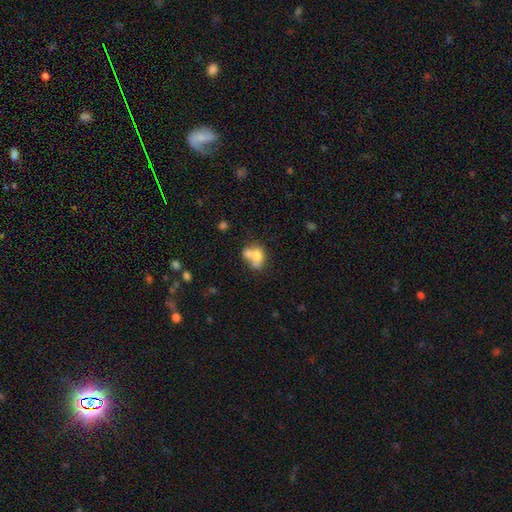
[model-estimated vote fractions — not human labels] smooth-or-featured: smooth: 67% | featured or disk: 23% | star or artifact: 10%
  how-rounded: in between: 58% | round: 41% | cigar-shaped: 1%
  merging: merger: 60% | none: 24% | minor disturbance: 10% | major disturbance: 6%